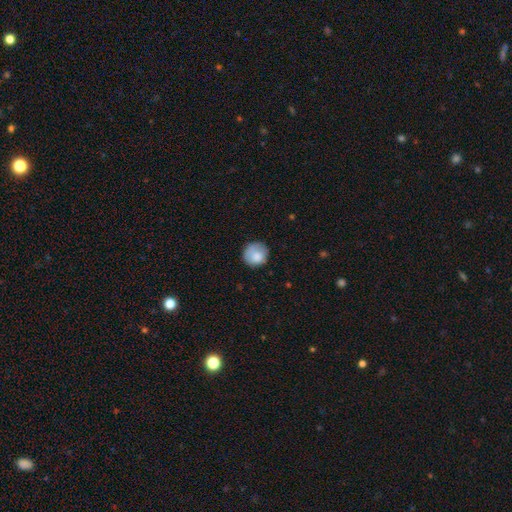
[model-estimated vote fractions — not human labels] Overall: smooth (81%). How rounded: round (89%). Merging: none (72%).